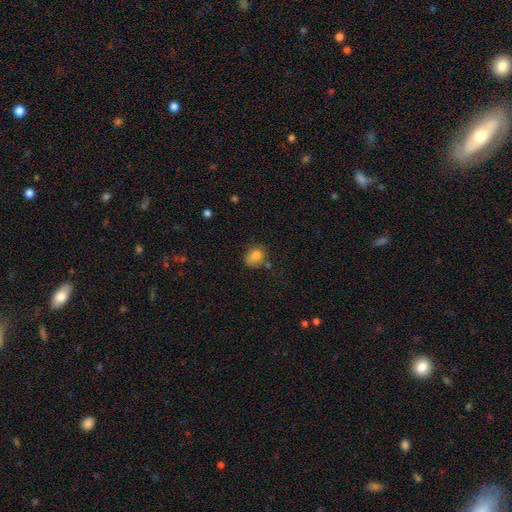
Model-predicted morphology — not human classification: This is clearly a smooth galaxy (81%). How rounded: likely round (64%). Merging: likely none (62%).